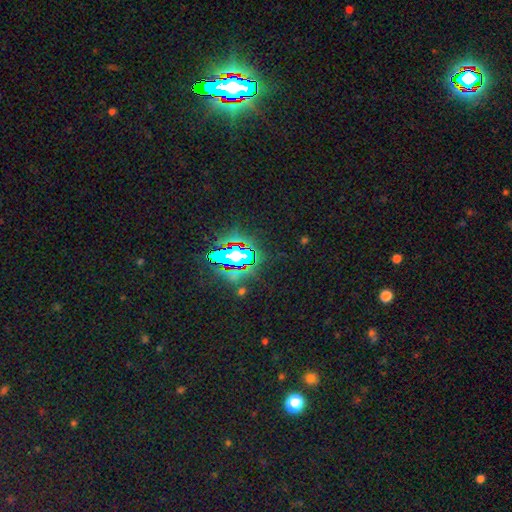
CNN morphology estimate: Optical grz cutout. It shows a star or artifact, not a galaxy (76%).